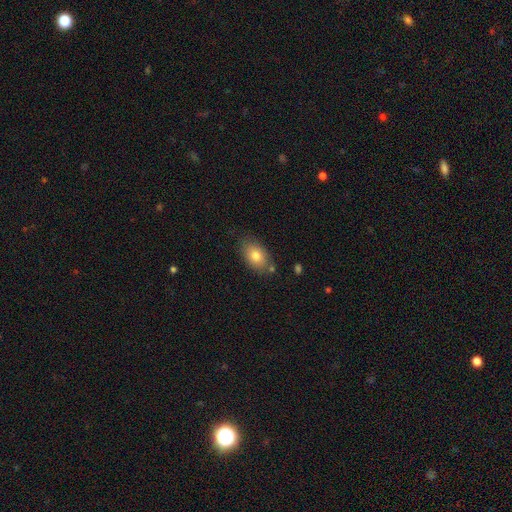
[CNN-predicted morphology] Q: Smooth or featured?
A: smooth (79%); runner-up: featured or disk (13%)
Q: How rounded?
A: in between (88%); runner-up: round (11%)
Q: Merging?
A: none (77%); runner-up: minor disturbance (15%)